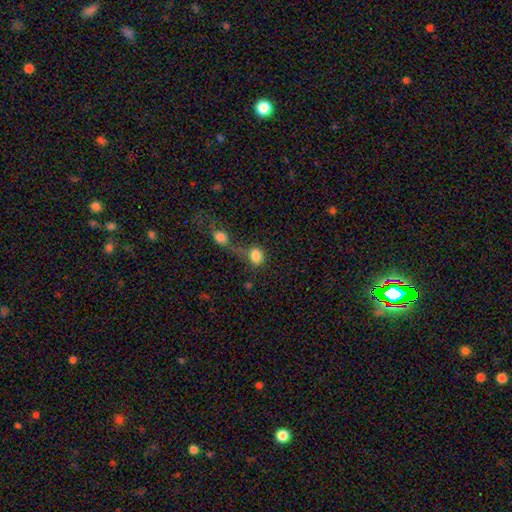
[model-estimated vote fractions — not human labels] A smooth galaxy with no disk features (82%) that is round (50%). Merging: merger (48%).